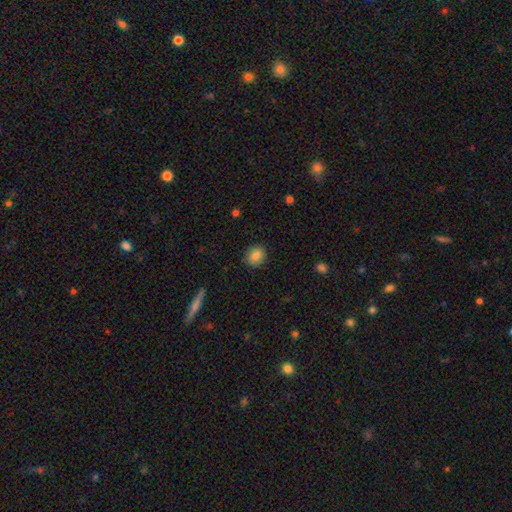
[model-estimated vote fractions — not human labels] This appears to be a smooth galaxy with no disk features (83%) that is round (86%). Merging: none (89%).